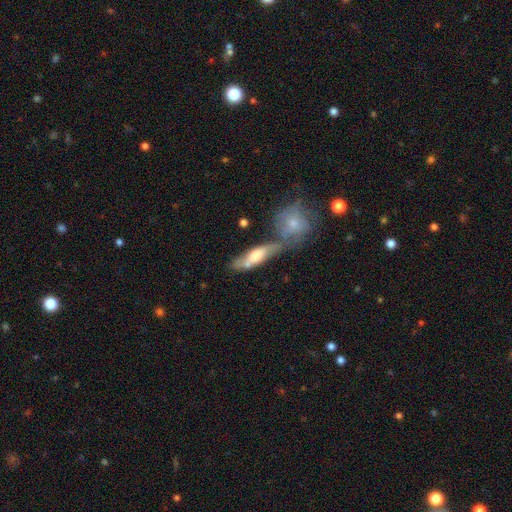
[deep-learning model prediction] This is possibly a smooth galaxy (49%). Merging: marginally merger (40%).